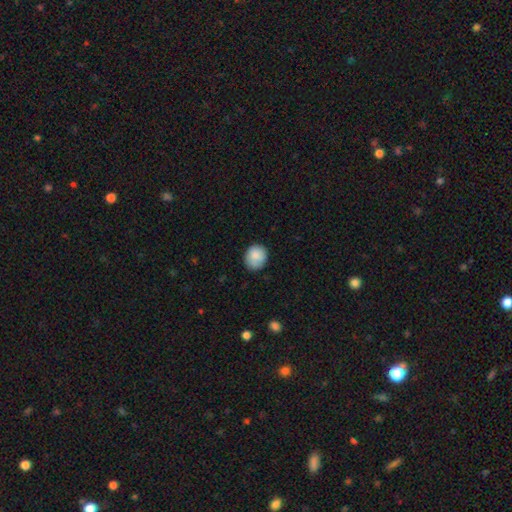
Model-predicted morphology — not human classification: smooth 84%, featured or disk 8%, star or artifact 8%. Down the decision tree: how rounded — round (70%); merging — none (76%).